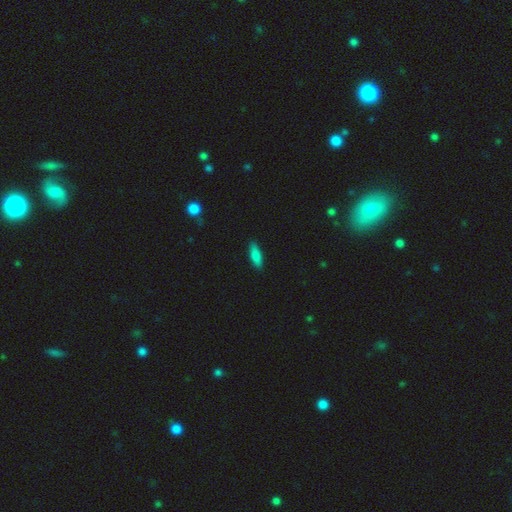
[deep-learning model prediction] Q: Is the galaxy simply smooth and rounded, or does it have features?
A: smooth — 81%.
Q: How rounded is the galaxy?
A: in between — 56%.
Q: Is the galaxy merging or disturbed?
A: none — 87%.